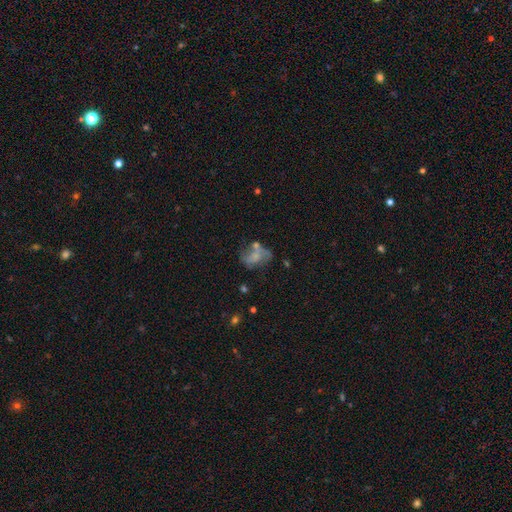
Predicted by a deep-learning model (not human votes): Morphology: type=featured or disk (51%); edge-on=no (97%); merging=none (35%).